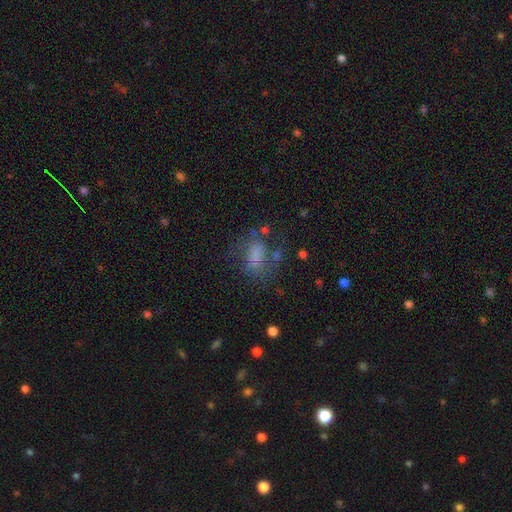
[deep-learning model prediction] The model was most divided on "merging": none: 47%, major disturbance: 25%, minor disturbance: 21%, merger: 7%. More confident: how rounded — in between (80%); smooth or featured — smooth (62%).